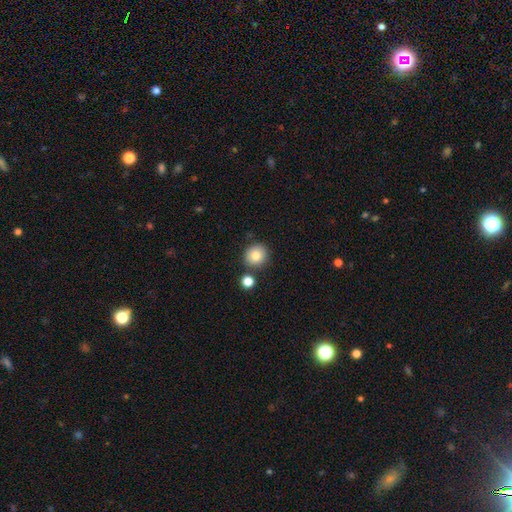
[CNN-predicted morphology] A smooth galaxy with no disk features (81%) that is round (90%). Merging: none (81%).